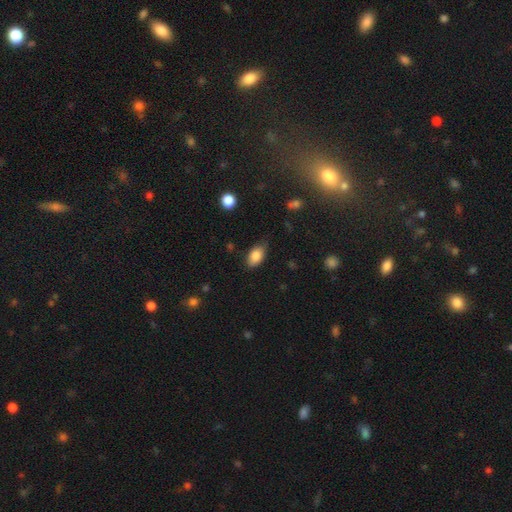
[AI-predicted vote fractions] Smooth or featured: smooth — 85% (star or artifact — 7%)
How rounded: in between — 91% (round — 6%)
Merging: none — 75% (minor disturbance — 20%)